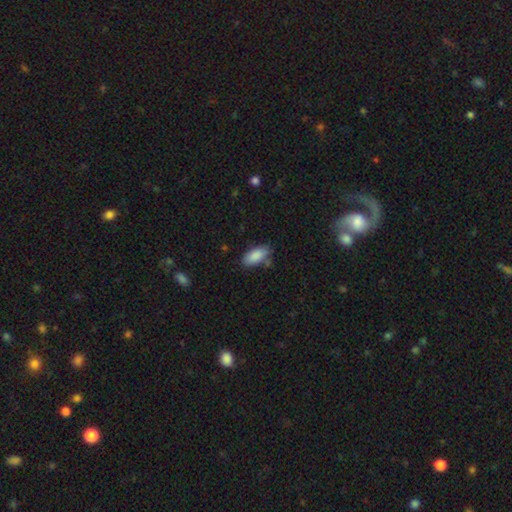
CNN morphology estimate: Smooth or featured: smooth — 88% (star or artifact — 7%)
How rounded: in between — 88% (cigar-shaped — 10%)
Merging: none — 73% (minor disturbance — 18%)